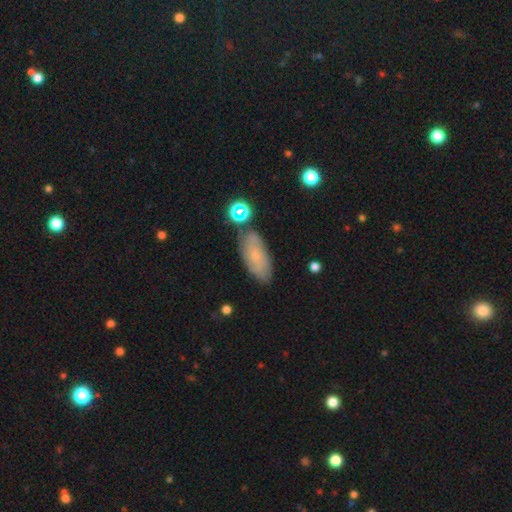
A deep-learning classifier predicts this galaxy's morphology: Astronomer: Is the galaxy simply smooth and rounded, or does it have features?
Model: smooth — 60%.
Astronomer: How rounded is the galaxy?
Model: in between — 86%.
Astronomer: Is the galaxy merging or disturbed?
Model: none — 72%.